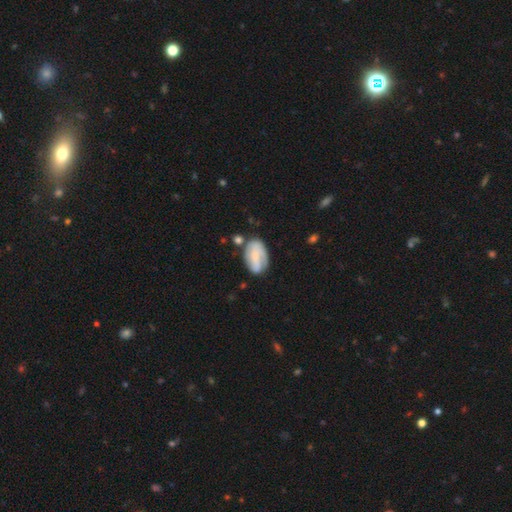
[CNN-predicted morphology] Smooth or featured?
  - smooth: 50% *
  - featured or disk: 43%
  - star or artifact: 7%
Merging?
  - none: 54% *
  - minor disturbance: 26%
  - major disturbance: 10%
  - merger: 9%